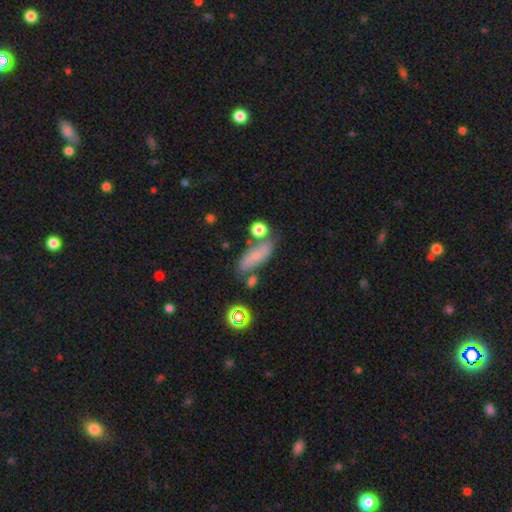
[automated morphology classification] Smooth or featured? smooth (61%)
How rounded? in between (59%)
Merging? none (61%)